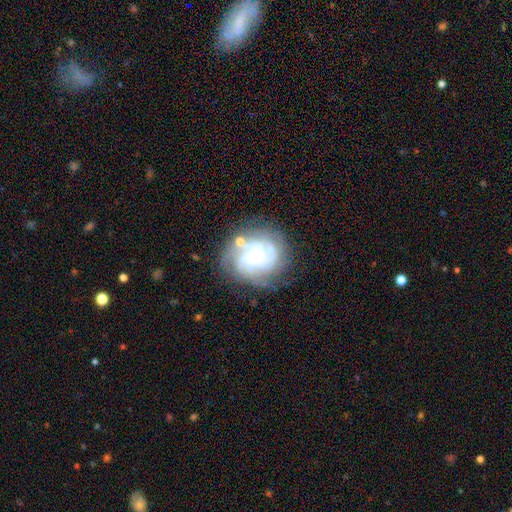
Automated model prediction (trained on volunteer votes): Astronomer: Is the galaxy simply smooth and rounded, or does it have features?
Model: featured or disk — 83%.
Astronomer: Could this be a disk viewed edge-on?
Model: no — 98%.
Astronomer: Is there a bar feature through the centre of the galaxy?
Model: no — 63%.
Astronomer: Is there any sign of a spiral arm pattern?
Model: yes — 96%.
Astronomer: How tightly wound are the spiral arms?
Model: tight — 66%.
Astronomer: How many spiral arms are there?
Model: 3 — 31% (runner-up: 4, 25%).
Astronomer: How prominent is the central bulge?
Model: small — 72%.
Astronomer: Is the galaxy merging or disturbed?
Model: none — 73%.